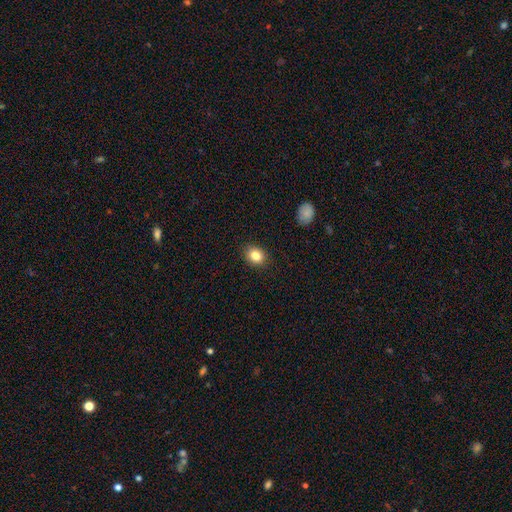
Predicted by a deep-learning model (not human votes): Smooth or featured? smooth (84%)
How rounded? in between (52%)
Merging? none (89%)